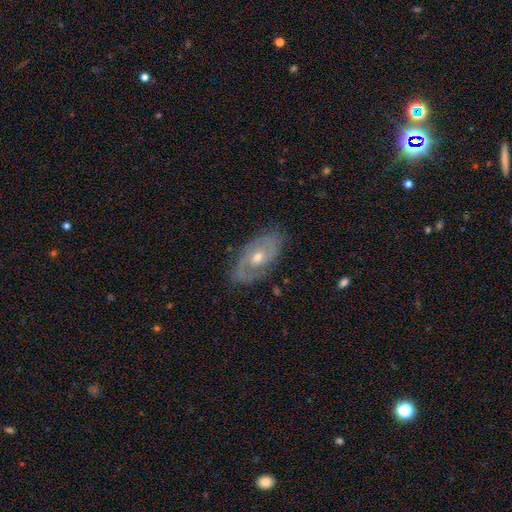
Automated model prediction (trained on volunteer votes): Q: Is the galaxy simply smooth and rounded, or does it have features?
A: featured or disk — 69%.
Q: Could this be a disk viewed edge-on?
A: no — 90%.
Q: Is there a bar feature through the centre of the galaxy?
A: no — 74%.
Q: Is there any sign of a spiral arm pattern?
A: yes — 74%.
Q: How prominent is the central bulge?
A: moderate — 65%.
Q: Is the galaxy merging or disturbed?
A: none — 83%.